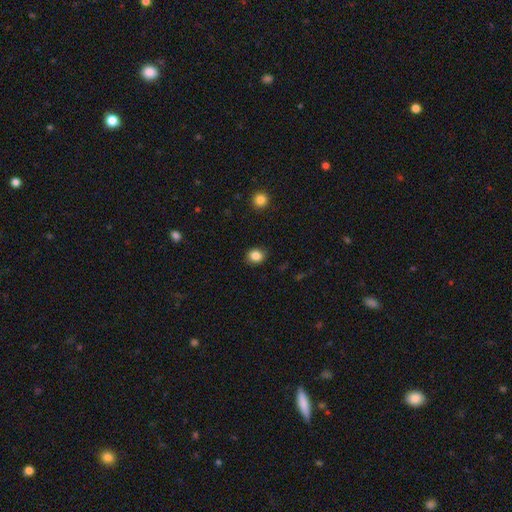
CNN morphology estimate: This is clearly a smooth galaxy (85%). How rounded: likely round (64%). Merging: clearly none (89%).